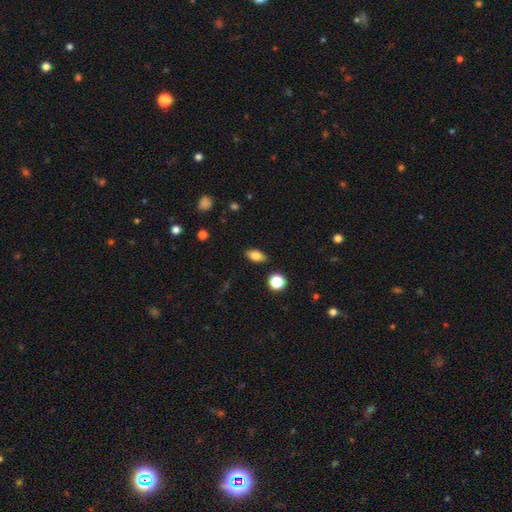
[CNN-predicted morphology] smooth-or-featured: smooth: 79% | featured or disk: 11% | star or artifact: 10%
  how-rounded: in between: 85% | round: 10% | cigar-shaped: 5%
  merging: none: 87% | minor disturbance: 9% | major disturbance: 2% | merger: 2%